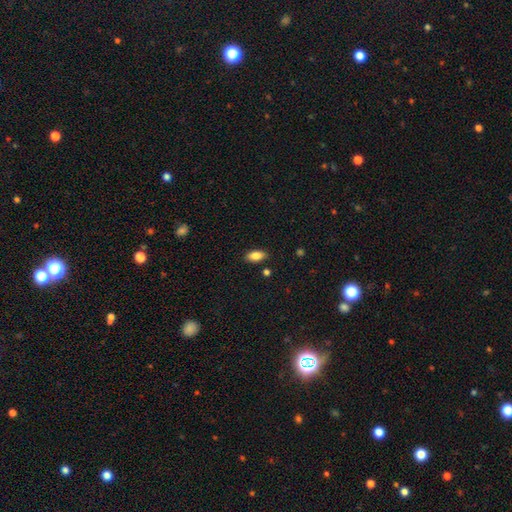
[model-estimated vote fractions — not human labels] Overall: smooth (84%). How rounded: in between (90%). Merging: none (85%).